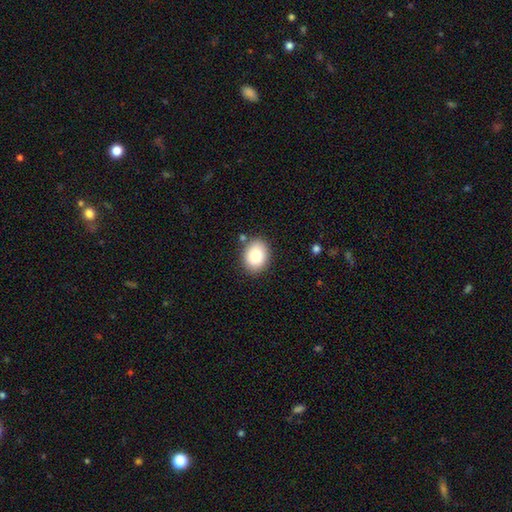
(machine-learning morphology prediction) A smooth galaxy with no disk features (87%) that is in between round and cigar-shaped (59%).

Vote fractions:
- Smooth or featured? smooth: 87% / star or artifact: 8% / featured or disk: 5%
- How rounded? in between: 59% / round: 40% / cigar-shaped: 1%
- Merging? none: 83% / minor disturbance: 11% / merger: 3% / major disturbance: 3%